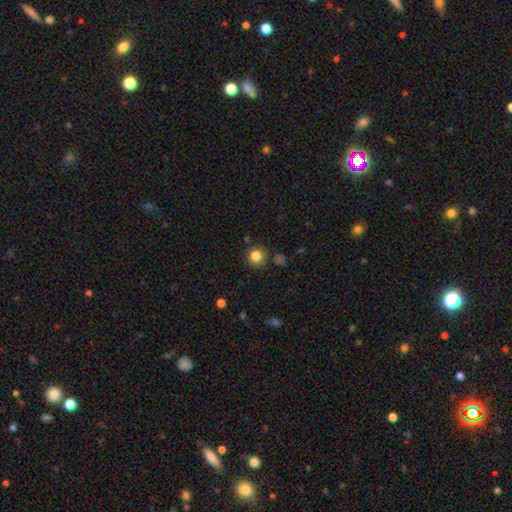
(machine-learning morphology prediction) This is clearly a smooth galaxy (82%). How rounded: clearly round (91%). Merging: clearly none (83%).